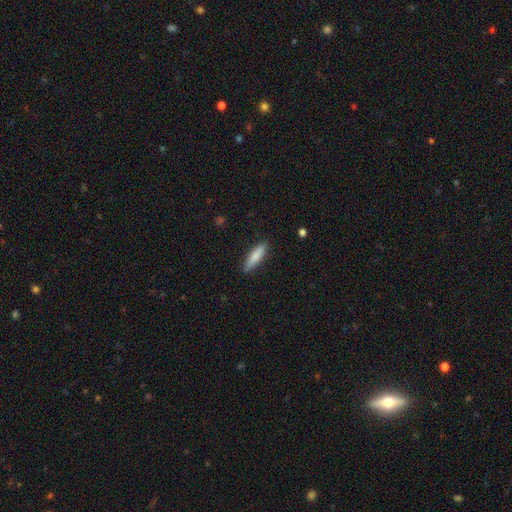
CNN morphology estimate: smooth_or_featured: smooth (p=0.78) [alt: featured or disk p=0.16]
how_rounded: cigar-shaped (p=0.77) [alt: in between p=0.22]
merging: none (p=0.86) [alt: minor disturbance p=0.11]